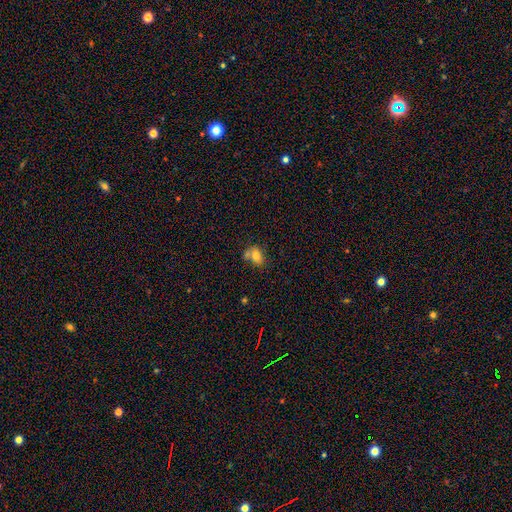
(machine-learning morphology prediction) smooth 77%, featured or disk 12%, star or artifact 11%. Down the decision tree: how rounded — in between (69%); merging — none (45%).